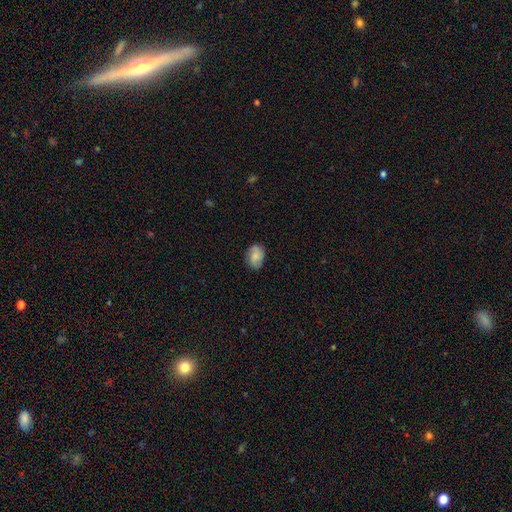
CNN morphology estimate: A smooth galaxy with no disk features (61%) that is in between round and cigar-shaped (76%). Merging: none (79%).